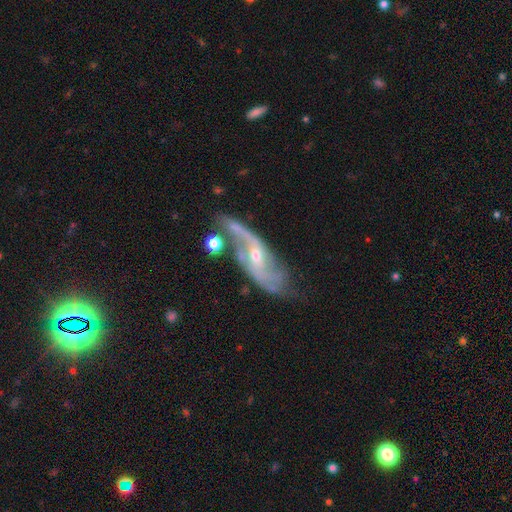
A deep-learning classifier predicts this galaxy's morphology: smooth_or_featured: featured or disk (p=0.85) [alt: smooth p=0.09]
disk_edge_on: no (p=0.90) [alt: yes p=0.10]
bar: weak (p=0.44) [alt: no p=0.38]
has_spiral_arms: yes (p=0.93) [alt: no p=0.07]
spiral_winding: loose (p=0.50) [alt: medium p=0.36]
spiral_arm_count: 2 (p=0.74) [alt: can't tell p=0.12]
bulge_size: small (p=0.57) [alt: moderate p=0.39]
merging: none (p=0.52) [alt: minor disturbance p=0.23]